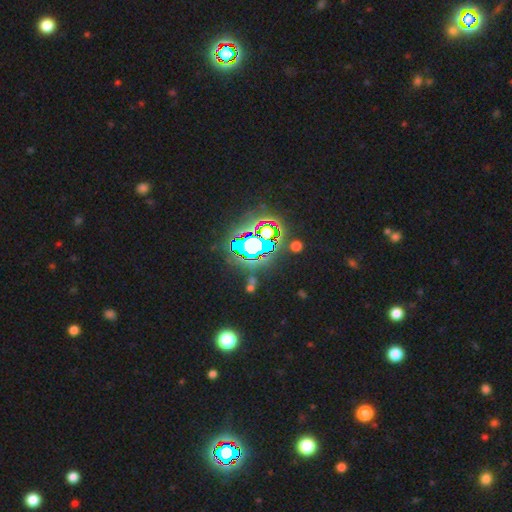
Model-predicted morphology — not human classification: Smooth or featured?
  - star or artifact: 84% *
  - smooth: 10%
  - featured or disk: 6%